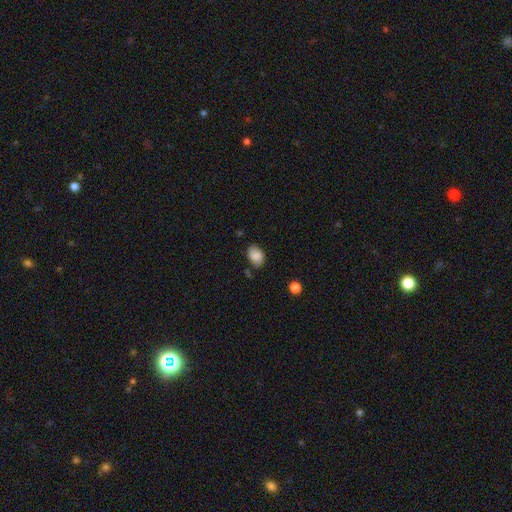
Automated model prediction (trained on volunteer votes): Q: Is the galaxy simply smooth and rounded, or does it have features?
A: smooth — 84%.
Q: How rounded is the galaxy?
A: in between — 78%.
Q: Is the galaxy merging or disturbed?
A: none — 69%.